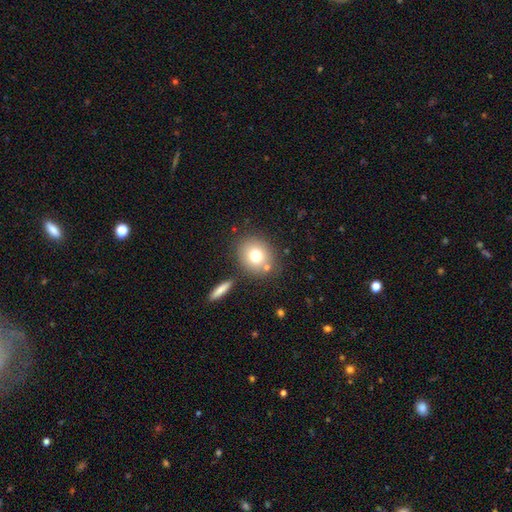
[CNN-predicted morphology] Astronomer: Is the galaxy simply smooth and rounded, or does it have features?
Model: smooth — 74%.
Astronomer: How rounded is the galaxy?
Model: round — 75%.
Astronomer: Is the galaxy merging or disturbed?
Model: none — 74%.